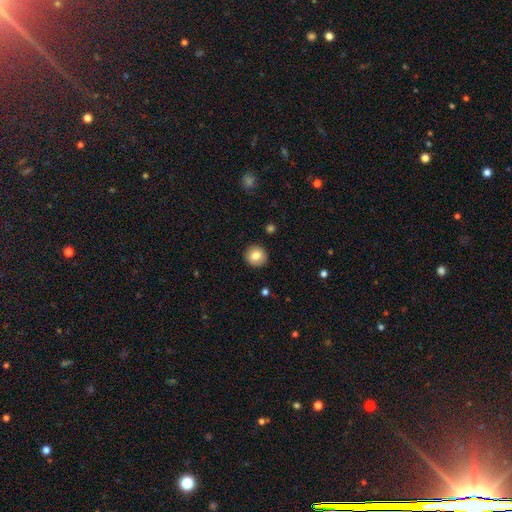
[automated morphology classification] Smooth or featured? Predicted: smooth (p=0.80). How rounded? Predicted: round (p=0.91). Merging? Predicted: none (p=0.91).